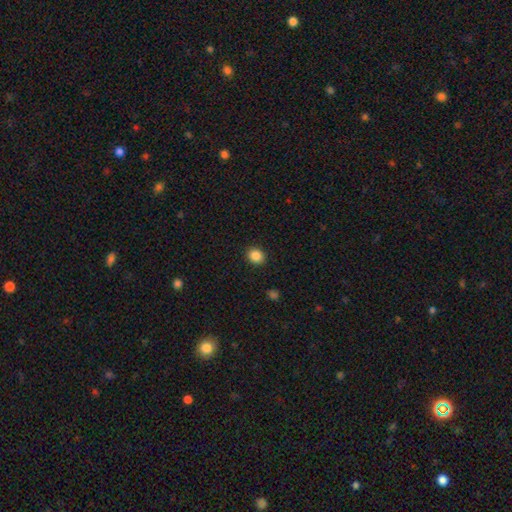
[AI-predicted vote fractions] Overall: smooth (86%). How rounded: round (67%; in between 32%). Merging: none (91%).